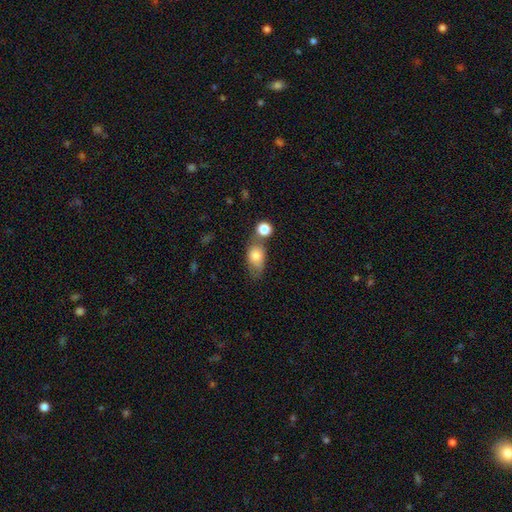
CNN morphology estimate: Smooth or featured? Predicted: smooth (p=0.78). How rounded? Predicted: in between (p=0.78). Merging? Predicted: none (p=0.43).